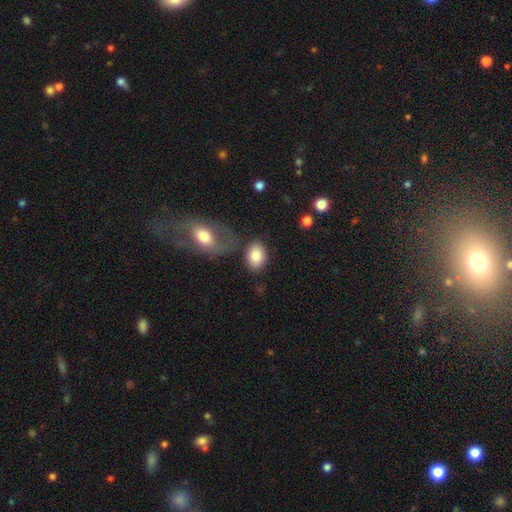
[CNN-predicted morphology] A smooth galaxy with no disk features (84%) that is in between round and cigar-shaped (85%).

Vote fractions:
- Smooth or featured? smooth: 84% / featured or disk: 10% / star or artifact: 6%
- How rounded? in between: 85% / round: 14% / cigar-shaped: 1%
- Merging? none: 70% / minor disturbance: 14% / merger: 11% / major disturbance: 5%